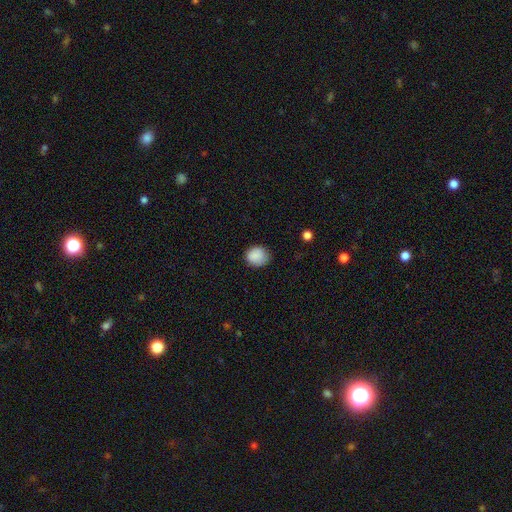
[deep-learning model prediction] Smooth or featured? smooth (87%)
How rounded? round (71%)
Merging? none (74%)